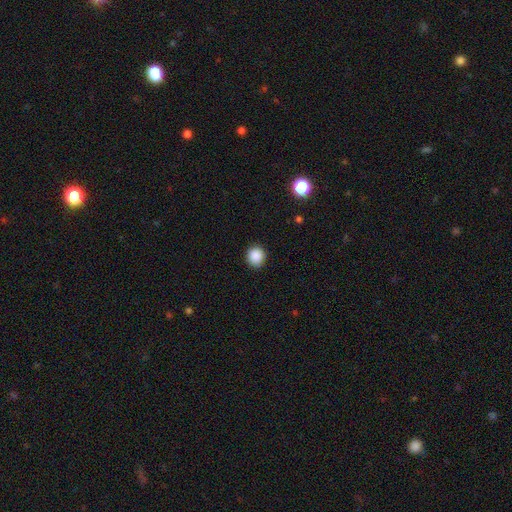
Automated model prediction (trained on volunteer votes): This is clearly a smooth galaxy (88%). How rounded: clearly round (85%). Merging: clearly none (88%).